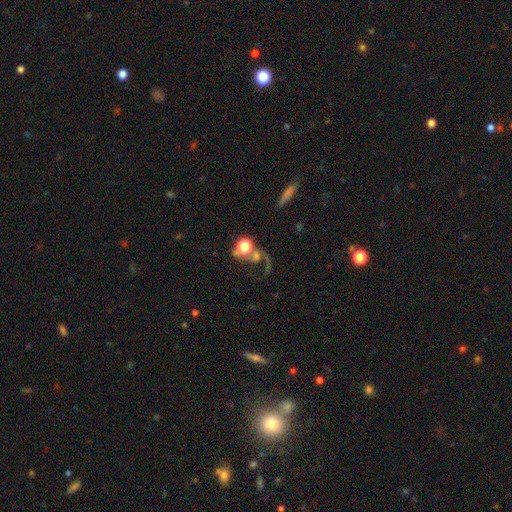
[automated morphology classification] This is marginally a featured or disk galaxy (41%). Merging: marginally none (36%).